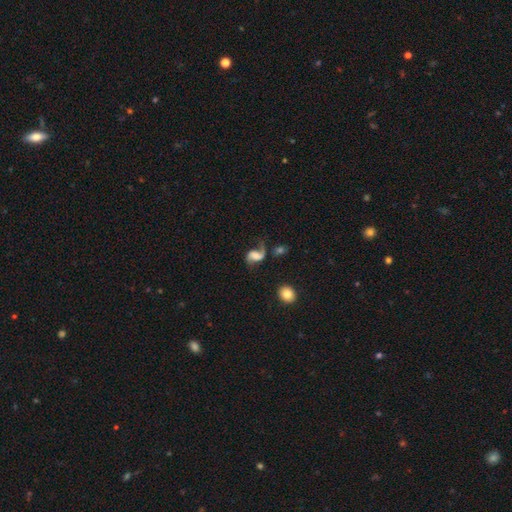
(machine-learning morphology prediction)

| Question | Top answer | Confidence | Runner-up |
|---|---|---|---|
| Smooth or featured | featured or disk | 71% | smooth (20%) |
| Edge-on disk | no | 97% | yes (3%) |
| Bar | no | 42% | weak (39%) |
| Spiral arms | yes | 92% | no (8%) |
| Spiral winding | loose | 76% | medium (20%) |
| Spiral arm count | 2 | 74% | 1 (22%) |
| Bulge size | none | 34% | large (20%) |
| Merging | none | 47% | major disturbance (28%) |